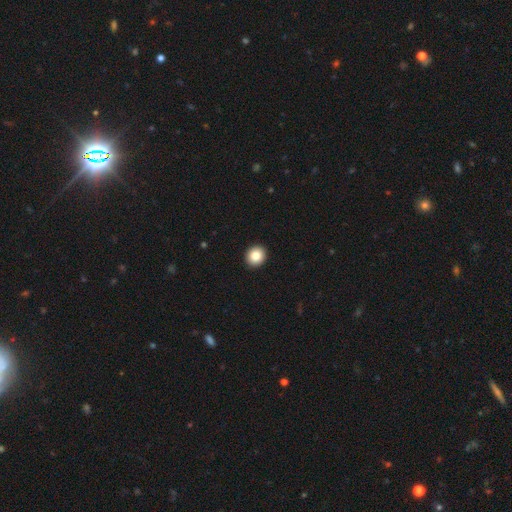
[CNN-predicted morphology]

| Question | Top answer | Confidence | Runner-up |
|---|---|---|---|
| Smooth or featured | smooth | 86% | star or artifact (9%) |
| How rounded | round | 85% | in between (14%) |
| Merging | none | 93% | minor disturbance (4%) |